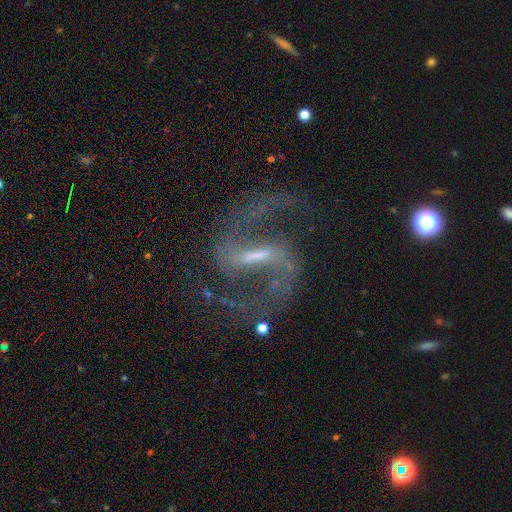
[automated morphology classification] Smooth or featured: featured or disk — 92% (star or artifact — 5%)
Edge-on disk: no — 97% (yes — 3%)
Bar: strong — 53% (weak — 40%)
Spiral arms: yes — 97% (no — 3%)
Spiral winding: loose — 59% (medium — 35%)
Spiral arm count: 2 — 94% (can't tell — 1%)
Bulge size: small — 45% (none — 26%)
Merging: none — 73% (minor disturbance — 13%)